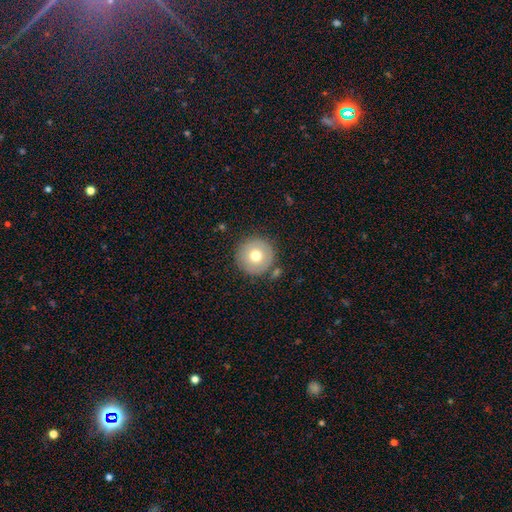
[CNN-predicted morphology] A smooth galaxy with no disk features (69%) that is round (97%).

Vote fractions:
- Smooth or featured? smooth: 69% / featured or disk: 22% / star or artifact: 9%
- How rounded? round: 97% / in between: 3% / cigar-shaped: 1%
- Merging? none: 84% / minor disturbance: 9% / merger: 5% / major disturbance: 3%